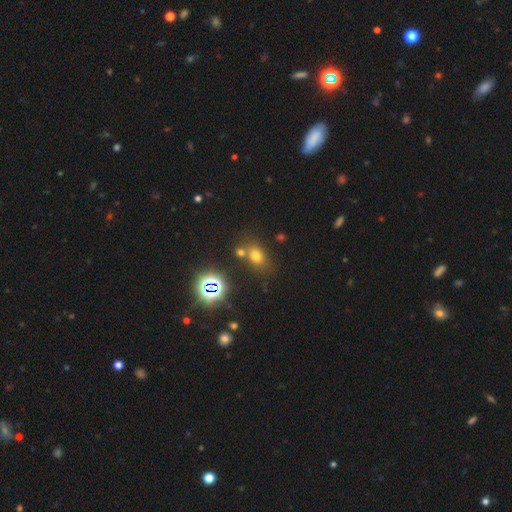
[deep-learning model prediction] This is likely a smooth galaxy (65%). How rounded: possibly in between (59%). Merging: likely none (63%).